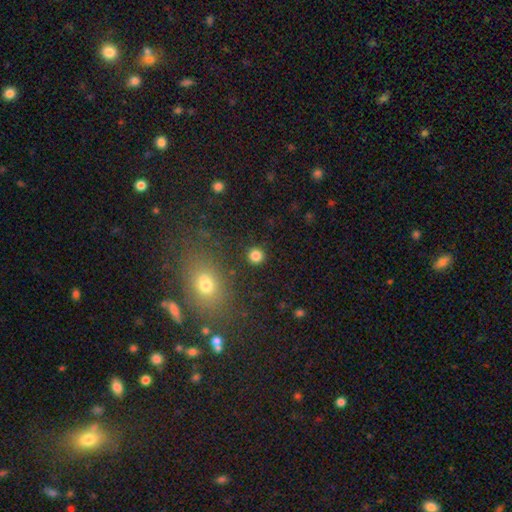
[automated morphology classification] Q: Smooth or featured?
A: smooth (83%); runner-up: star or artifact (12%)
Q: How rounded?
A: round (93%); runner-up: in between (6%)
Q: Merging?
A: none (91%); runner-up: minor disturbance (5%)